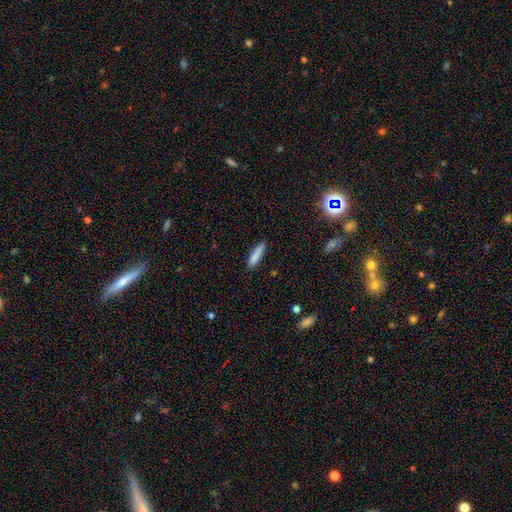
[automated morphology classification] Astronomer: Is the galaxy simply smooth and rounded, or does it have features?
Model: smooth — 85%.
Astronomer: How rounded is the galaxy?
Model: cigar-shaped — 77%.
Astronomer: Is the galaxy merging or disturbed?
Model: none — 83%.